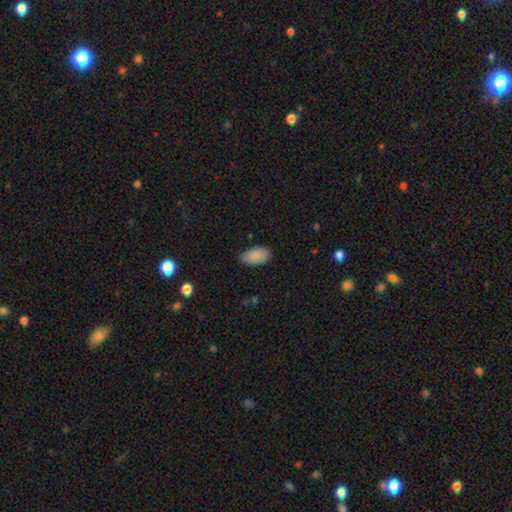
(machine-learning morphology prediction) The model was most divided on "merging": none: 73%, minor disturbance: 23%, major disturbance: 3%, merger: 1%. More confident: how rounded — in between (95%); smooth or featured — smooth (88%).